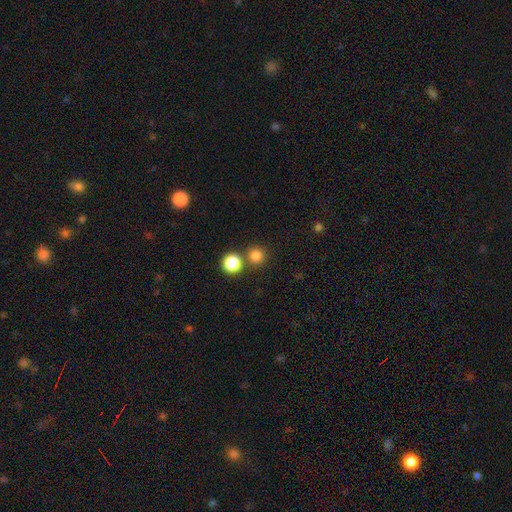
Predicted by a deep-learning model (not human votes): Smooth or featured: smooth — 81% (star or artifact — 15%)
How rounded: round — 94% (in between — 5%)
Merging: none — 74% (merger — 17%)